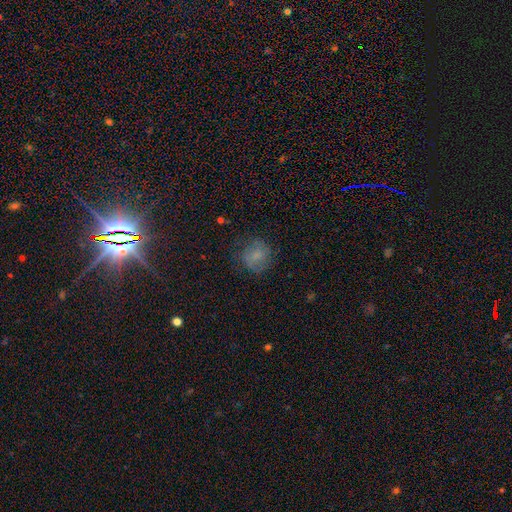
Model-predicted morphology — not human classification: Overall: smooth (66%). How rounded: round (82%). Merging: none (69%).